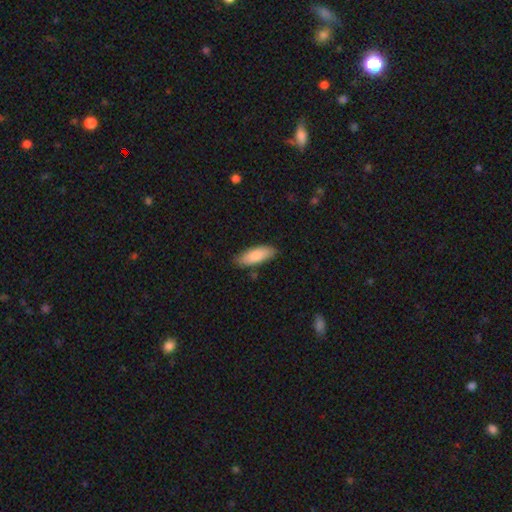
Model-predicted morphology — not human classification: Overall: smooth (87%). How rounded: in between (69%; cigar-shaped 30%). Merging: none (83%).